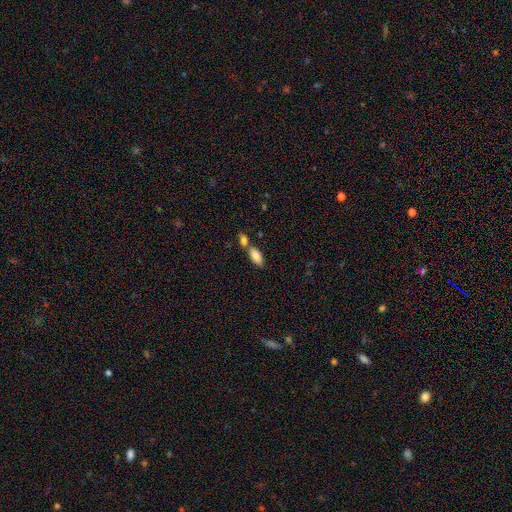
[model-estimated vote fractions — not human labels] Smooth or featured? Predicted: smooth (p=0.83). How rounded? Predicted: in between (p=0.85). Merging? Predicted: none (p=0.47).